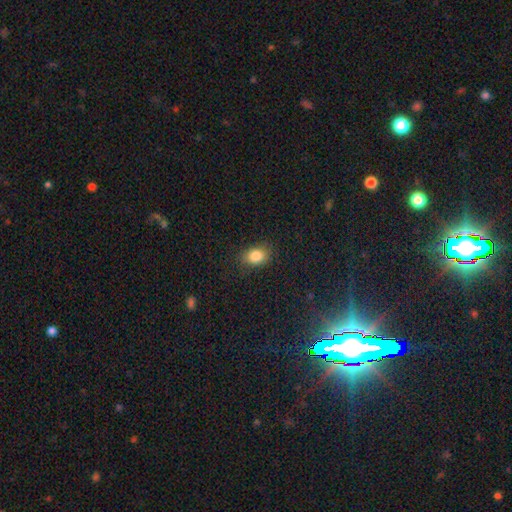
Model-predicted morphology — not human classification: smooth-or-featured: smooth: 85% | star or artifact: 10% | featured or disk: 6%
  how-rounded: in between: 77% | round: 22% | cigar-shaped: 1%
  merging: none: 84% | minor disturbance: 12% | major disturbance: 3% | merger: 1%